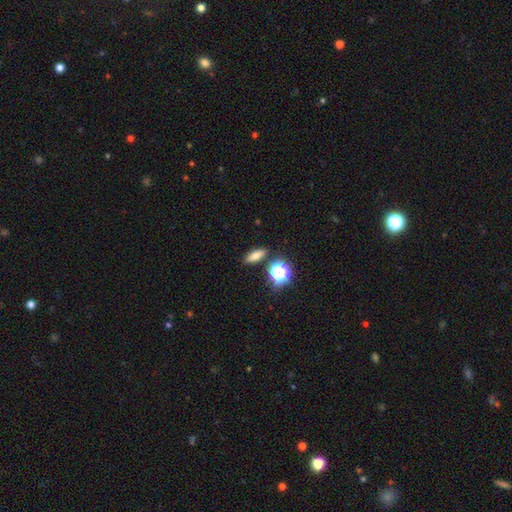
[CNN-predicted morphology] This is likely a smooth galaxy (71%). How rounded: likely in between (60%). Merging: clearly none (84%).